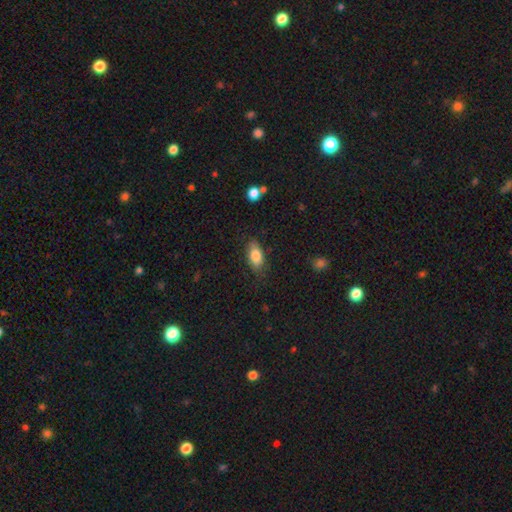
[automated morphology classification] This appears to be a smooth galaxy with no disk features (83%) that is in between round and cigar-shaped (88%). Merging: none (78%).